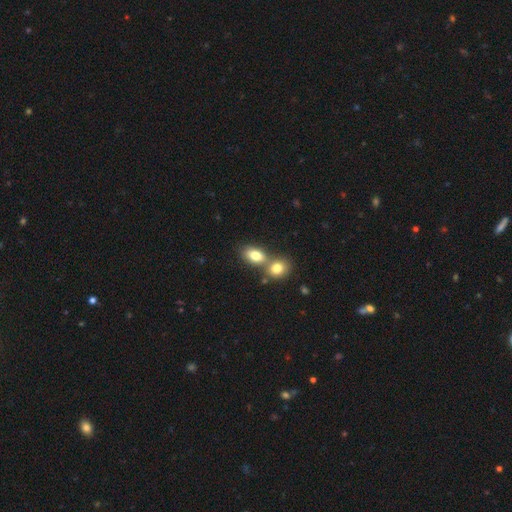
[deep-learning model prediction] The model was most divided on "merging": merger: 52%, none: 37%, minor disturbance: 8%, major disturbance: 3%. More confident: smooth or featured — smooth (79%); how rounded — in between (79%).